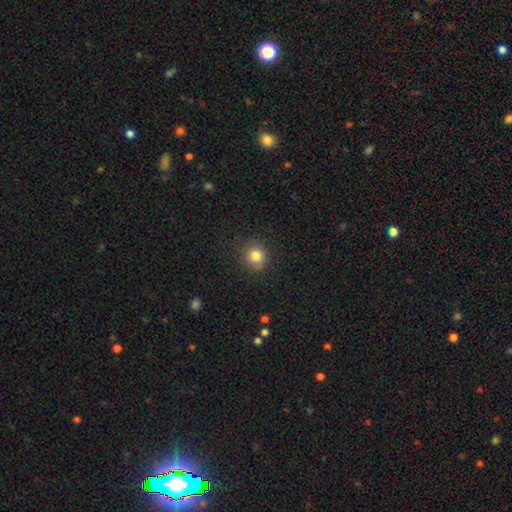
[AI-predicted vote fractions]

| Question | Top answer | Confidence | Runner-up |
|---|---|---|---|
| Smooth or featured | smooth | 82% | star or artifact (12%) |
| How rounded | round | 89% | in between (10%) |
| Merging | none | 85% | minor disturbance (10%) |